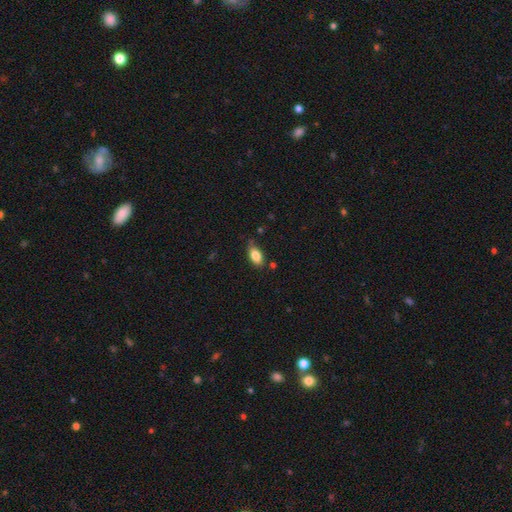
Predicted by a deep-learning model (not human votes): Smooth or featured: smooth — 82% (featured or disk — 10%)
How rounded: in between — 90% (cigar-shaped — 6%)
Merging: none — 75% (minor disturbance — 19%)